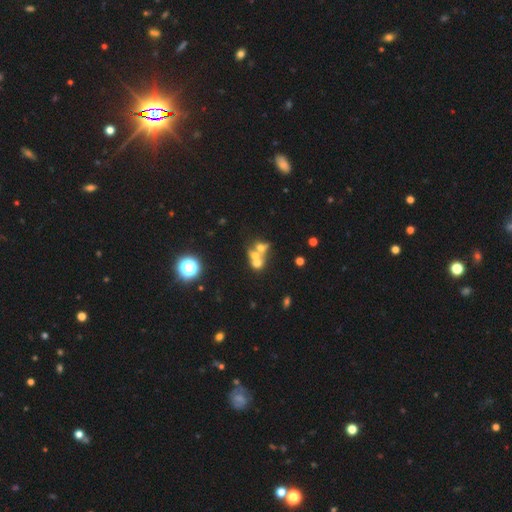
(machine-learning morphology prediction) type=smooth (50%); merging=merger (64%).